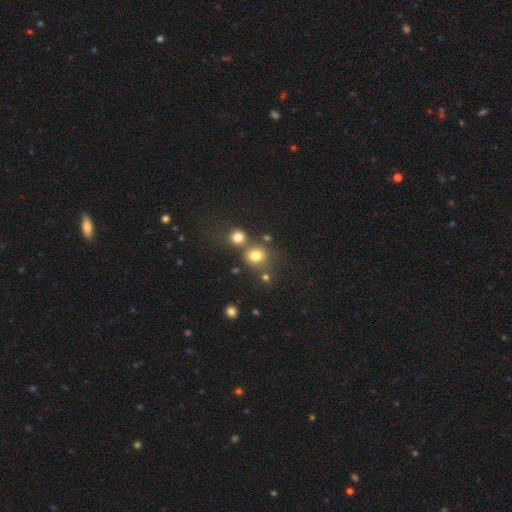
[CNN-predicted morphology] Smooth or featured: smooth — 77% (star or artifact — 15%)
How rounded: round — 80% (in between — 19%)
Merging: none — 57% (merger — 28%)